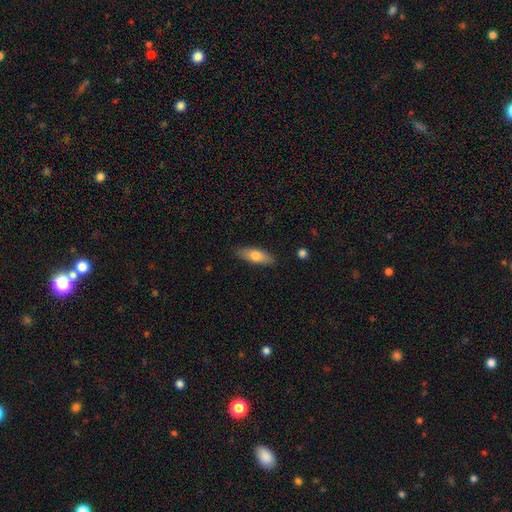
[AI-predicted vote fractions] This is likely a smooth galaxy (74%). How rounded: likely in between (61%). Merging: clearly none (86%).